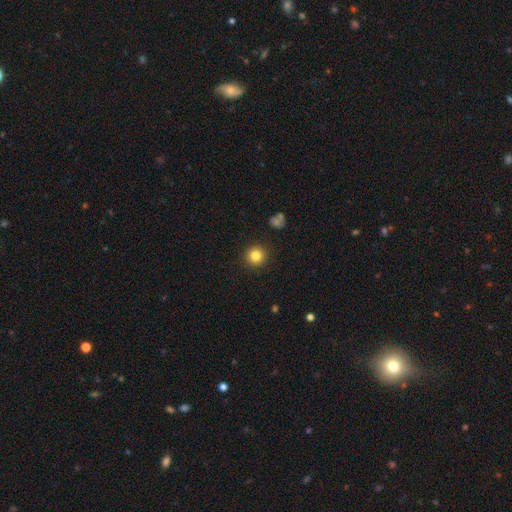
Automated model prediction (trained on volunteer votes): The model was most divided on "smooth or featured": smooth: 83%, star or artifact: 11%, featured or disk: 6%. More confident: how rounded — round (95%); merging — none (92%).